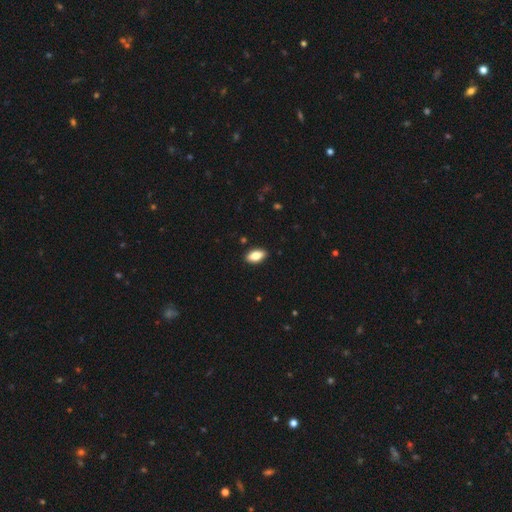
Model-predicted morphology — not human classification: A smooth galaxy with no disk features (82%) that is in between round and cigar-shaped (90%).

Vote fractions:
- Smooth or featured? smooth: 82% / featured or disk: 11% / star or artifact: 7%
- How rounded? in between: 90% / cigar-shaped: 6% / round: 3%
- Merging? none: 89% / minor disturbance: 8% / major disturbance: 2% / merger: 1%